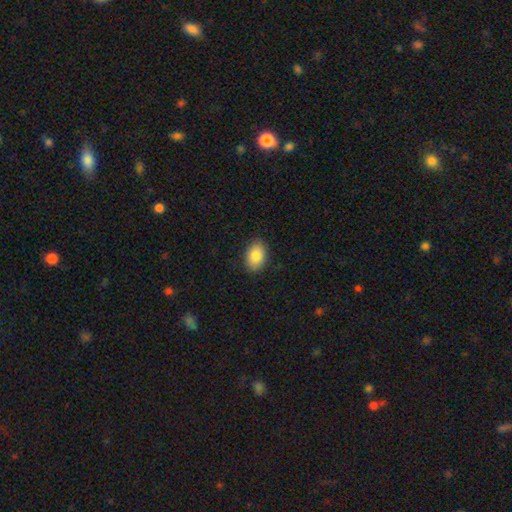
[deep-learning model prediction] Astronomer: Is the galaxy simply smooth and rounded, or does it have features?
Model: smooth — 87%.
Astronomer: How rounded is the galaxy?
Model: in between — 88%.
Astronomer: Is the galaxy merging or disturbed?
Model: none — 88%.